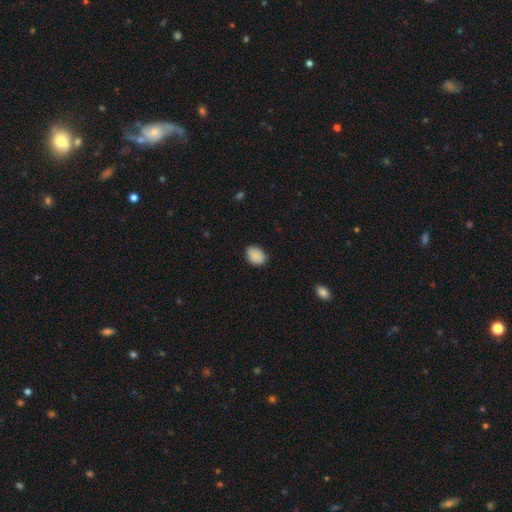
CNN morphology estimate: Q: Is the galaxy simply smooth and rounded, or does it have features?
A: smooth — 89%.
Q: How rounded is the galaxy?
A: in between — 73%.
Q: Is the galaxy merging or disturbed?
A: none — 83%.